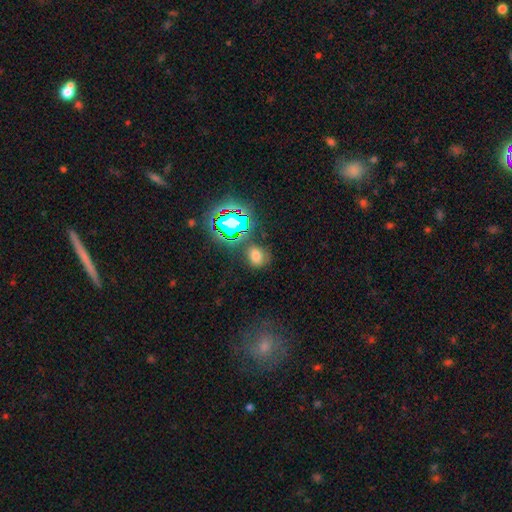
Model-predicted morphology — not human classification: A smooth galaxy with no disk features (63%) that is round (51%). Merging: none (73%).